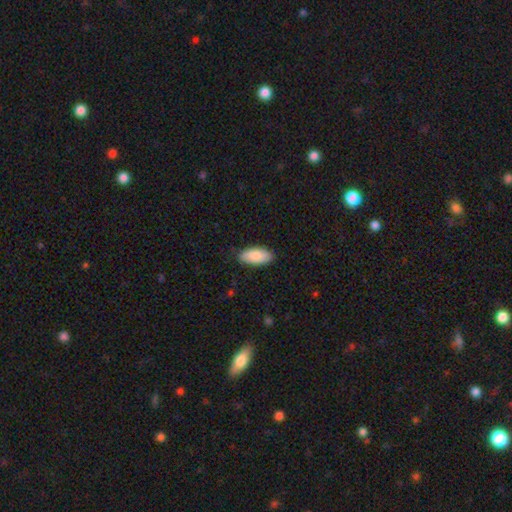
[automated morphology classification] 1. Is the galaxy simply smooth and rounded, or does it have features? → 87% smooth, 8% featured or disk, 6% star or artifact.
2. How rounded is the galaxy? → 90% in between, 9% cigar-shaped, 2% round.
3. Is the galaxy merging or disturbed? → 86% none, 11% minor disturbance, 2% major disturbance, 1% merger.